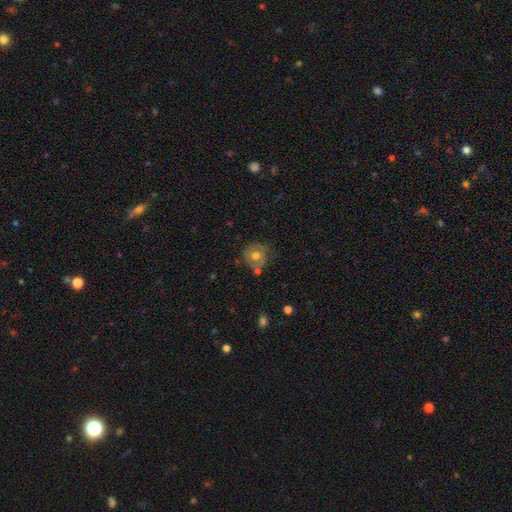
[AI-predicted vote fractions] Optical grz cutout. It shows a smooth galaxy with no disk features (55%) that is round (85%). Merging: none (59%).